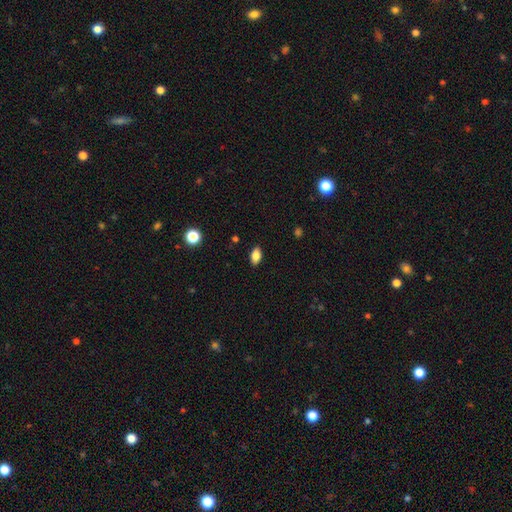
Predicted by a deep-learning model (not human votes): This appears to be a smooth galaxy with no disk features (83%) that is in between round and cigar-shaped (90%). Merging: none (88%).